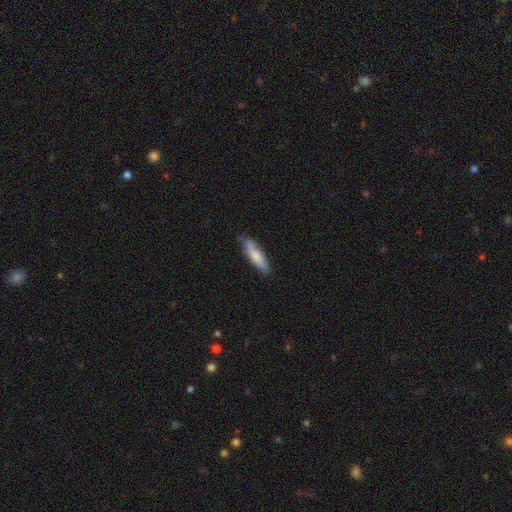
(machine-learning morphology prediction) Smooth or featured?
  - smooth: 73% *
  - featured or disk: 21%
  - star or artifact: 6%
How rounded?
  - cigar-shaped: 62% *
  - in between: 36%
  - round: 2%
Merging?
  - none: 68% *
  - minor disturbance: 25%
  - major disturbance: 4%
  - merger: 2%